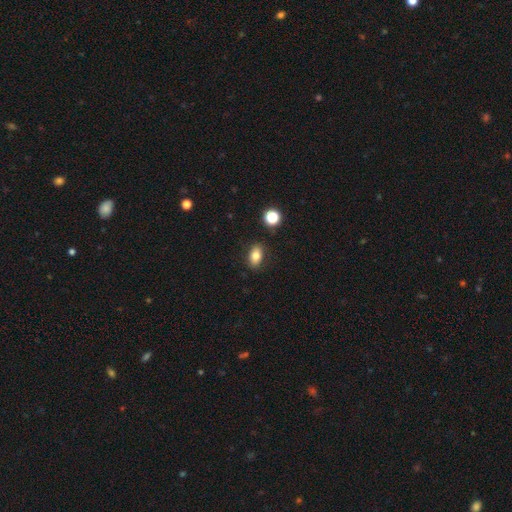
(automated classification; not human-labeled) Q: Smooth or featured?
A: smooth (79%); runner-up: featured or disk (11%)
Q: How rounded?
A: in between (85%); runner-up: round (12%)
Q: Merging?
A: none (86%); runner-up: minor disturbance (9%)